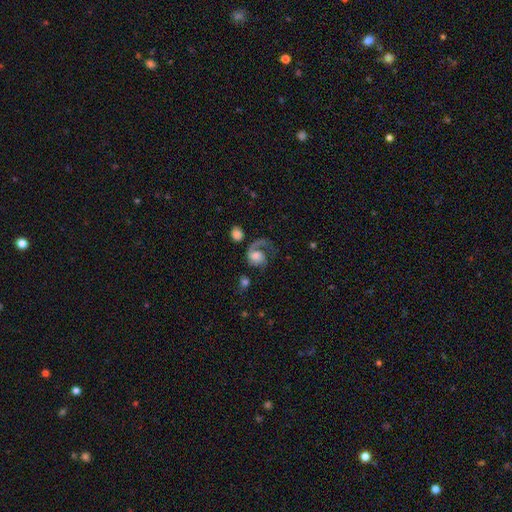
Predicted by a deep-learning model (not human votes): A featured or disk galaxy (73%) with no bar (69%), 1 (81%) medium (39%, tied with loose) spiral arms (93%) and a moderate central bulge (36%).

Vote fractions:
- Smooth or featured? featured or disk: 73% / smooth: 20% / star or artifact: 7%
- Edge-on disk? no: 98% / yes: 2%
- Bar? no: 69% / weak: 26% / strong: 5%
- Spiral arms? yes: 93% / no: 7%
- Spiral winding? medium: 39% (tied) / loose: 39% (tied) / tight: 22%
- Spiral arm count? 1: 81% / 2: 13% / can't tell: 3% / 3: 1% / 4: 1% / more than 4: 1%
- Bulge size? moderate: 36% / large: 23% / small: 21% / none: 15% / dominant: 5%
- Merging? major disturbance: 40% / none: 39% / minor disturbance: 14% / merger: 7%